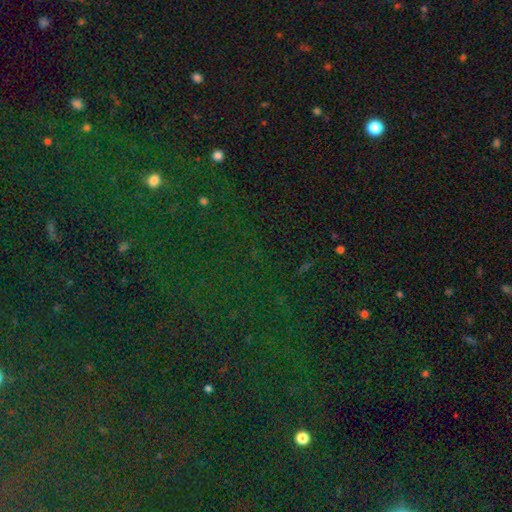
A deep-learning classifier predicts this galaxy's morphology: smooth-or-featured: star or artifact: 81% | smooth: 12% | featured or disk: 8%